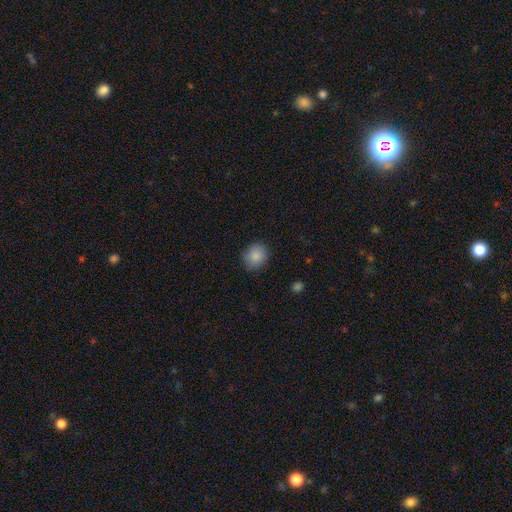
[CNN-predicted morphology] type=smooth (87%); roundness=round (70%); merging=none (86%).